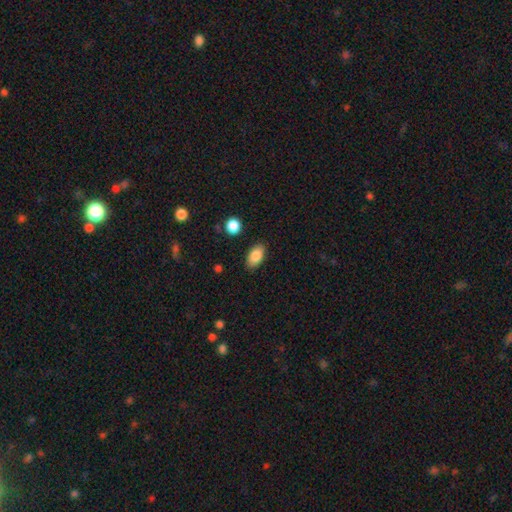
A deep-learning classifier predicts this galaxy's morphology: A smooth galaxy with no disk features (86%) that is in between round and cigar-shaped (92%). Merging: none (86%).